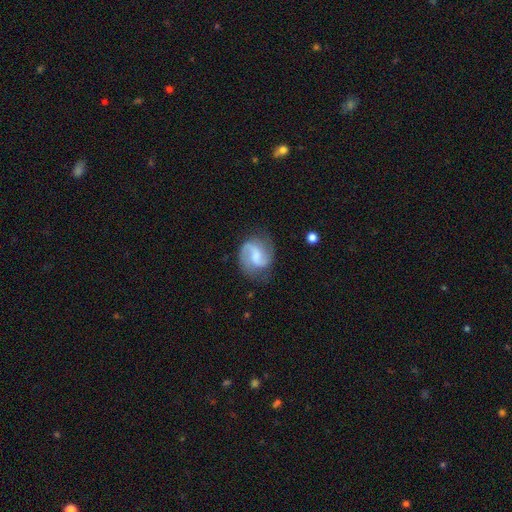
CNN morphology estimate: smooth-or-featured: featured or disk: 79% | smooth: 15% | star or artifact: 6%
  disk-edge-on: no: 98% | yes: 2%
    bar: weak: 53% | no: 27% | strong: 19%
    has-spiral-arms: yes: 96% | no: 4%
      spiral-winding: medium: 49% | loose: 36% | tight: 16%
      spiral-arm-count: 2: 88% | can't tell: 4% | 1: 4% | 3: 2% | 4: 1% | more than 4: 1%
    bulge-size: none: 31% (tied) | small: 31% (tied) | moderate: 28% | large: 8% | dominant: 2%
  merging: none: 73% | minor disturbance: 17% | major disturbance: 8% | merger: 2%